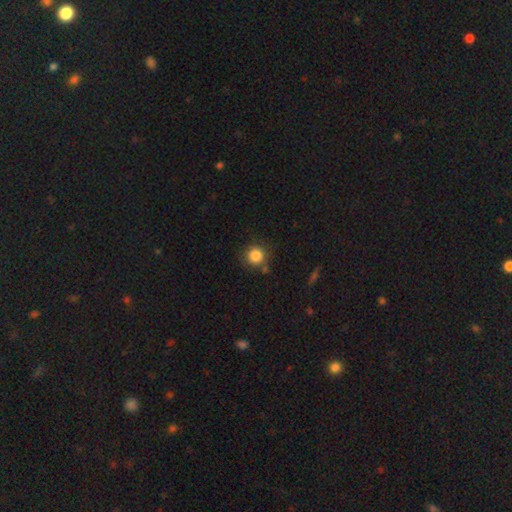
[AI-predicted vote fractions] The model was most divided on "merging": none: 80%, minor disturbance: 12%, merger: 5%, major disturbance: 4%. More confident: how rounded — round (93%); smooth or featured — smooth (84%).